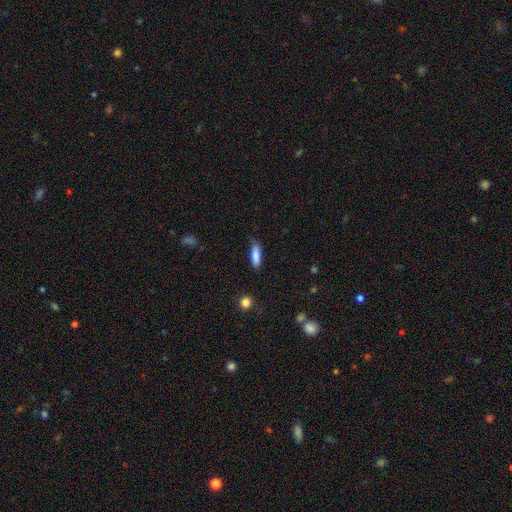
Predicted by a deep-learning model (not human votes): smooth 84%, featured or disk 9%, star or artifact 7%. Down the decision tree: how rounded — cigar-shaped (55%); merging — none (77%).